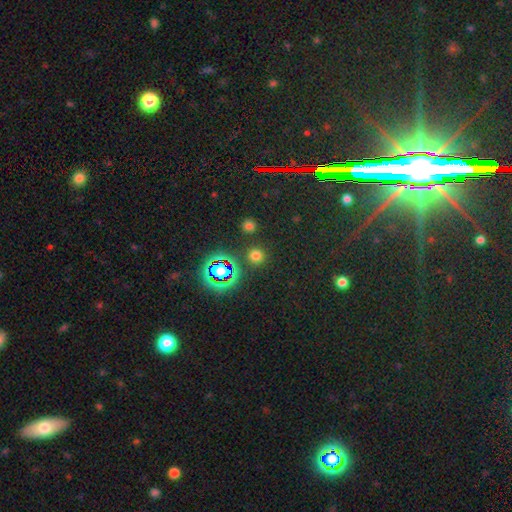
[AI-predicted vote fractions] A smooth galaxy with no disk features (65%) that is round (93%). Merging: none (87%).